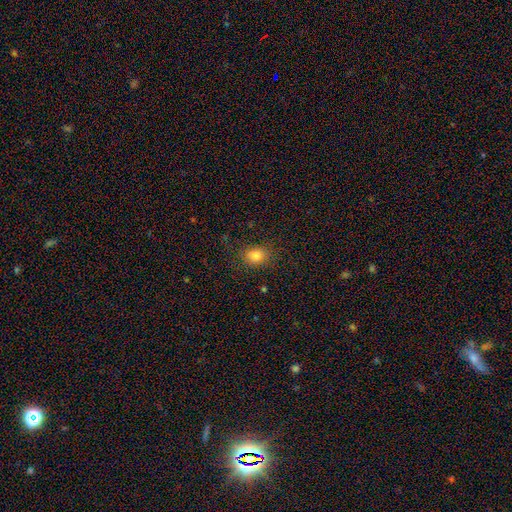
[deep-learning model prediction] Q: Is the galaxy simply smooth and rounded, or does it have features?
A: smooth — 82%.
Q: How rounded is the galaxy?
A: in between — 51%.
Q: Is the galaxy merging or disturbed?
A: none — 83%.